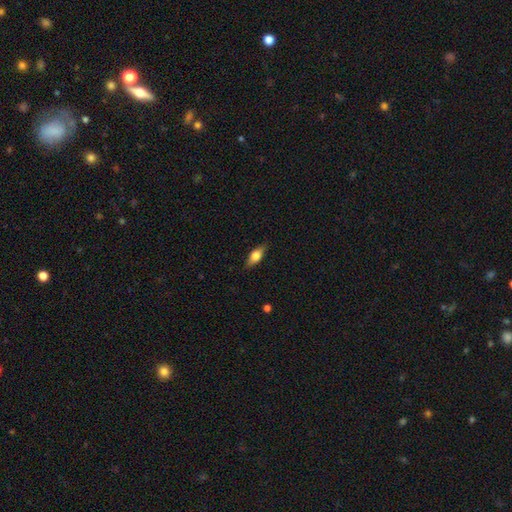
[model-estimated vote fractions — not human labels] This appears to be a smooth galaxy with no disk features (64%) that is in between round and cigar-shaped (74%). Merging: none (84%).